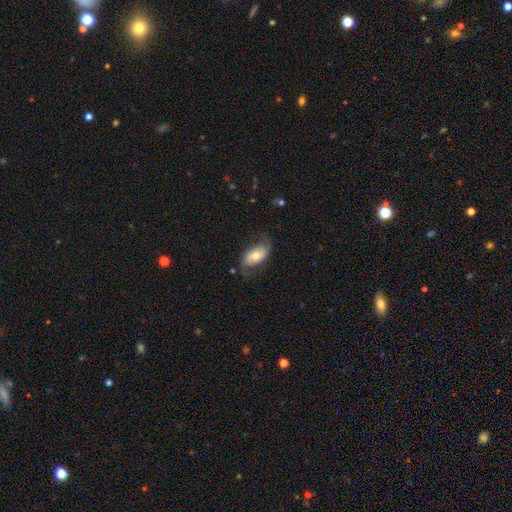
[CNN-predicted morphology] A featured or disk galaxy (58%) with no bar (65%), spiral arms (80%) and a moderate central bulge (67%).

Vote fractions:
- Smooth or featured? featured or disk: 58% / smooth: 35% / star or artifact: 7%
- Edge-on disk? no: 93% / yes: 7%
- Bar? no: 65% / weak: 25% / strong: 10%
- Spiral arms? yes: 80% / no: 20%
- Bulge size? moderate: 67% / small: 23% / large: 8% / dominant: 2% / none: 1%
- Merging? none: 66% / minor disturbance: 20% / major disturbance: 13% / merger: 1%